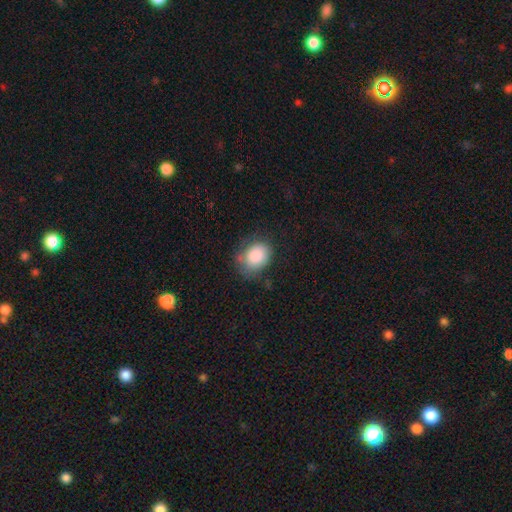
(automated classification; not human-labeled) Smooth or featured? Predicted: smooth (p=0.86). How rounded? Predicted: in between (p=0.56). Merging? Predicted: none (p=0.64).